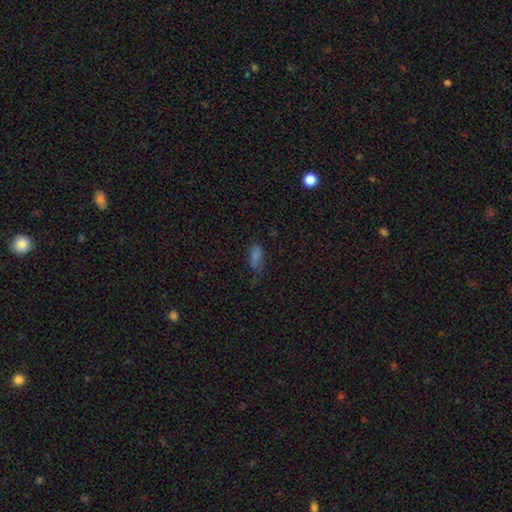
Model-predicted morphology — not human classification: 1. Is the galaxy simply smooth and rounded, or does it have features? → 69% smooth, 21% star or artifact, 11% featured or disk.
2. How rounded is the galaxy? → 71% in between, 24% cigar-shaped, 5% round.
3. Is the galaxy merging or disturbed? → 54% none, 30% minor disturbance, 13% major disturbance, 3% merger.